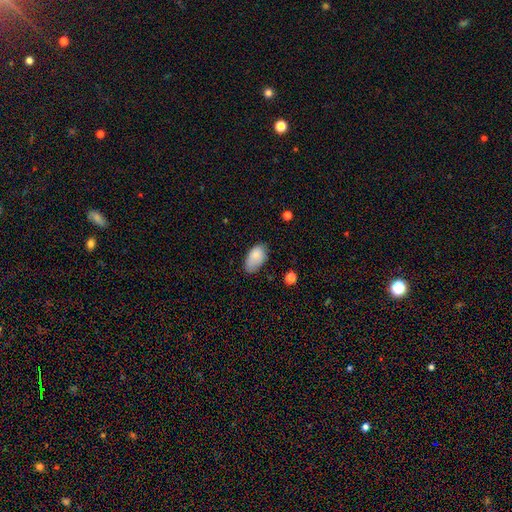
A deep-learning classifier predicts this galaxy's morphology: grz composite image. It shows a smooth galaxy with no disk features (81%) that is in between round and cigar-shaped (93%). Merging: none (58%).